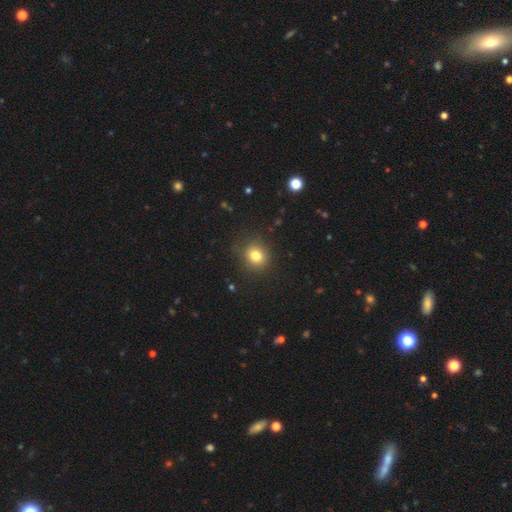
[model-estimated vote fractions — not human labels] Q: Smooth or featured?
A: smooth (80%); runner-up: star or artifact (12%)
Q: How rounded?
A: round (78%); runner-up: in between (21%)
Q: Merging?
A: none (83%); runner-up: minor disturbance (12%)